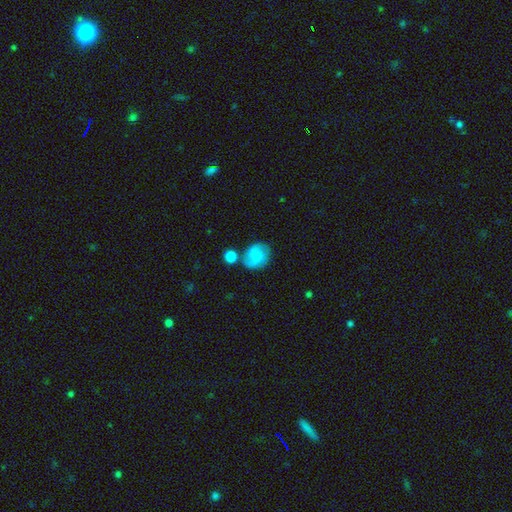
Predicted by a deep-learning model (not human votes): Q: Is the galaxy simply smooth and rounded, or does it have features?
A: smooth — 59%.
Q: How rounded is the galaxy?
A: round — 66%.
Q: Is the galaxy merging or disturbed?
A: none — 61%.